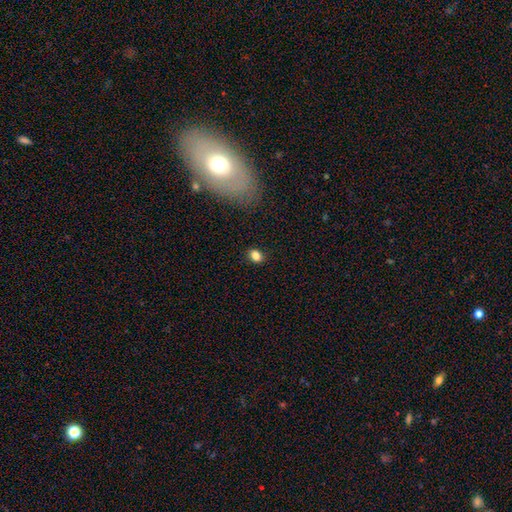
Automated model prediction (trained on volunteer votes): Smooth or featured? Predicted: smooth (p=0.82). How rounded? Predicted: in between (p=0.58). Merging? Predicted: none (p=0.85).